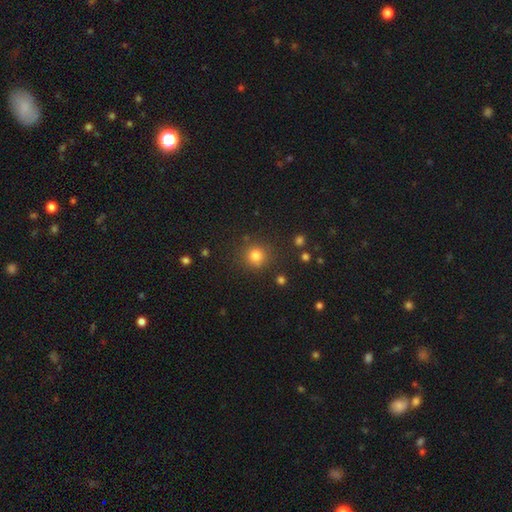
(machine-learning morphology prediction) This appears to be a smooth galaxy with no disk features (81%) that is round (91%). Merging: none (85%).